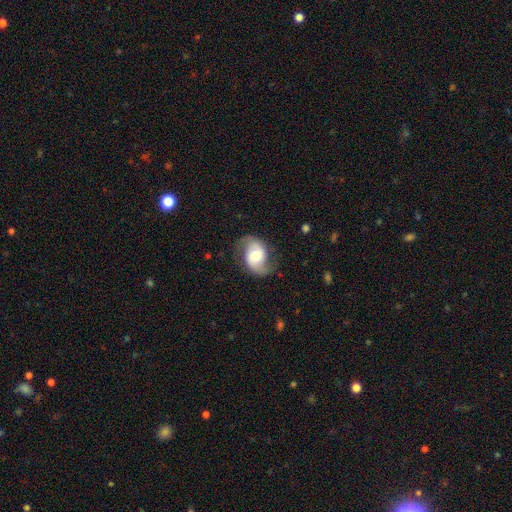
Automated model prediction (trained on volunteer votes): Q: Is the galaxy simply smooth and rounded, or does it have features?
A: featured or disk — 73%.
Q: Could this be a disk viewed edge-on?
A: no — 97%.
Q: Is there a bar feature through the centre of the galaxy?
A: no — 54%.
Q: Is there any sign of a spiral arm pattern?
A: yes — 91%.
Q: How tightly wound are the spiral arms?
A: loose — 43%.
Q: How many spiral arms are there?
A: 2 — 91%.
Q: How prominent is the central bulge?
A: moderate — 57%.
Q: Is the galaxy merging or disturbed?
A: none — 70%.